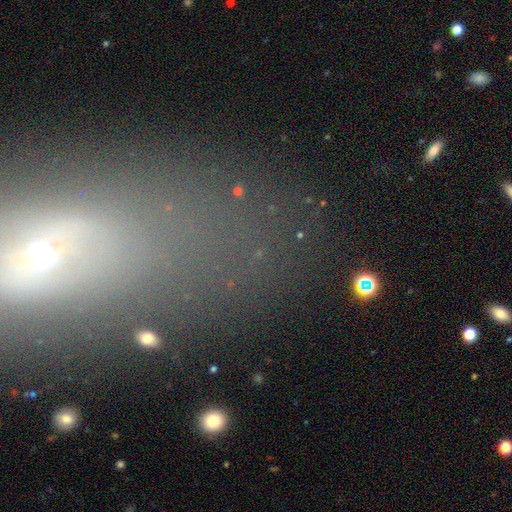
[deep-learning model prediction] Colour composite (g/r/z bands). It shows a star or artifact, not a galaxy (39%).